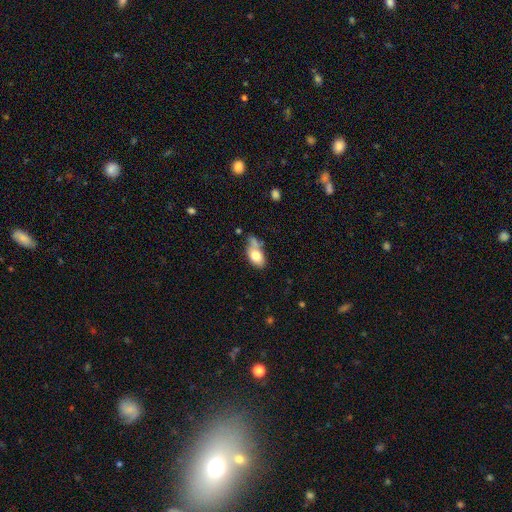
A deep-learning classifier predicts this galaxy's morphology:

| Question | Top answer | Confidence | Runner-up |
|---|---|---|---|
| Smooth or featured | smooth | 74% | featured or disk (18%) |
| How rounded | in between | 88% | round (7%) |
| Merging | none | 37% | minor disturbance (28%) |